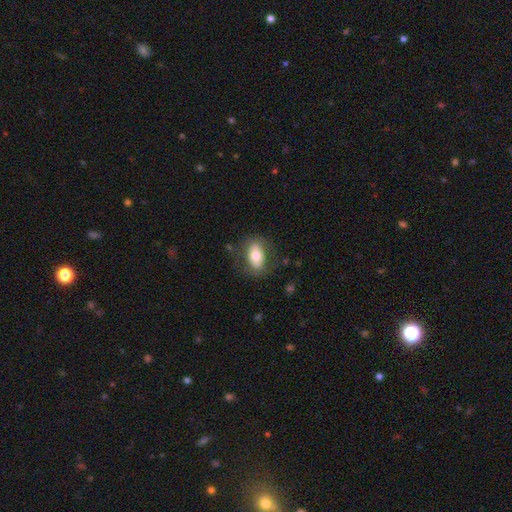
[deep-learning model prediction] The model was most divided on "smooth or featured": smooth: 67%, featured or disk: 26%, star or artifact: 7%. More confident: how rounded — in between (86%); merging — none (76%).